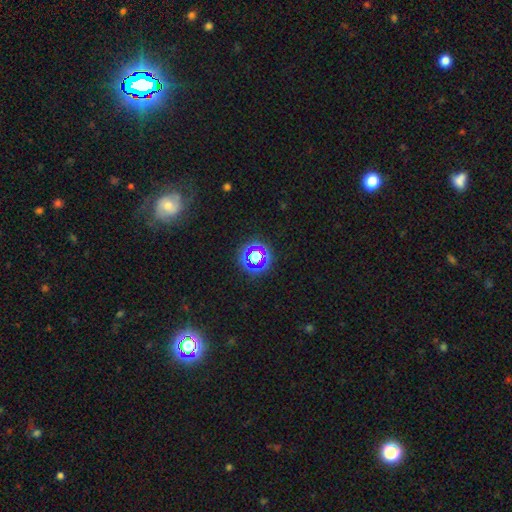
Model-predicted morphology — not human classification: This is likely a star or artifact rather than a galaxy (62%).